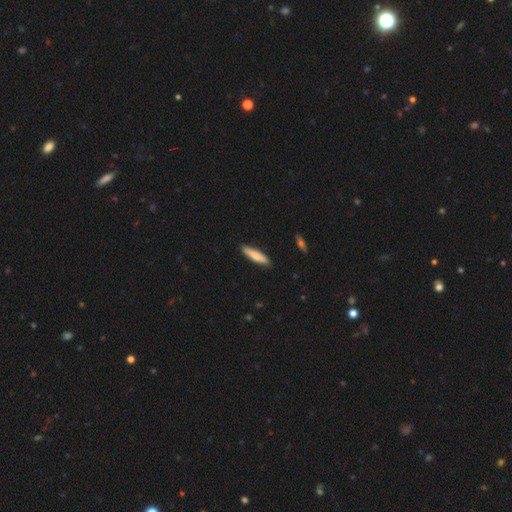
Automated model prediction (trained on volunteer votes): smooth 78%, featured or disk 16%, star or artifact 5%. Down the decision tree: how rounded — cigar-shaped (82%); merging — none (89%).